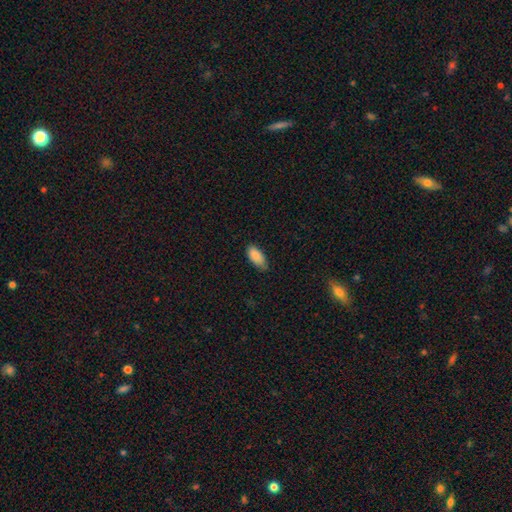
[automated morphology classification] Smooth or featured?
  - smooth: 88% *
  - star or artifact: 6%
  - featured or disk: 5%
How rounded?
  - in between: 91% *
  - cigar-shaped: 7%
  - round: 2%
Merging?
  - none: 67% *
  - minor disturbance: 28%
  - major disturbance: 4%
  - merger: 1%